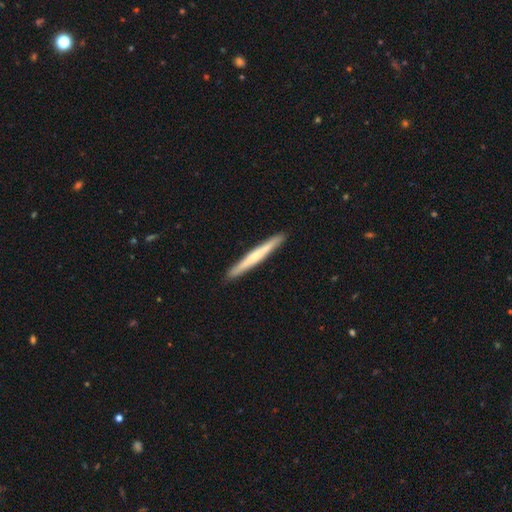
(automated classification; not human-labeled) Overall: featured or disk (50%; smooth 45%). Merging: none (92%).